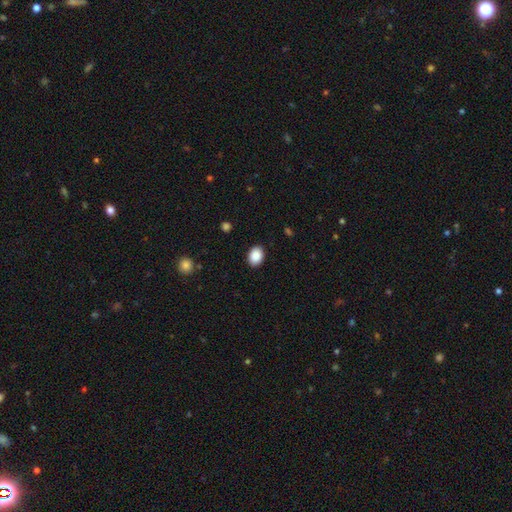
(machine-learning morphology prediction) Smooth or featured? smooth (89%)
How rounded? in between (69%)
Merging? none (89%)